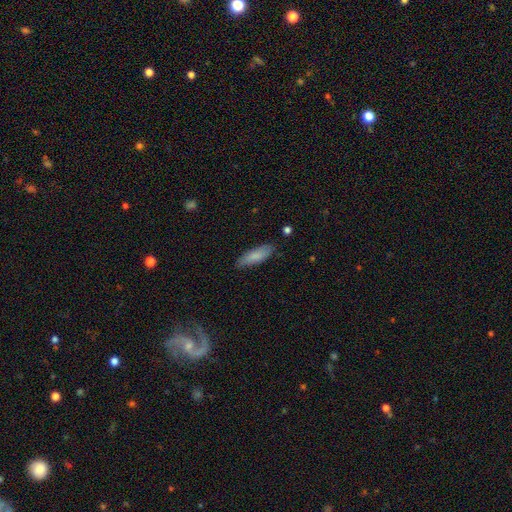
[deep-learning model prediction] This is clearly a smooth galaxy (81%). How rounded: possibly in between (54%). Merging: clearly none (81%).